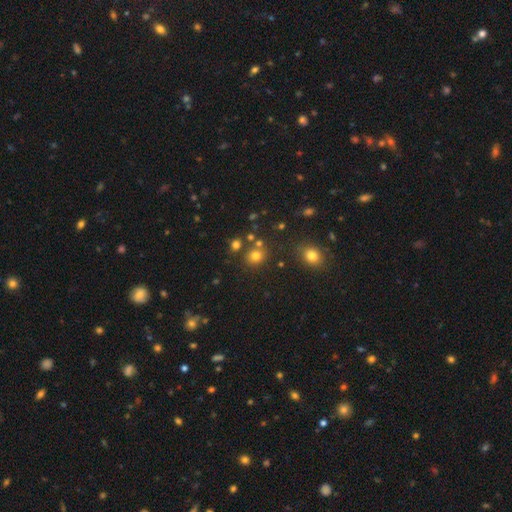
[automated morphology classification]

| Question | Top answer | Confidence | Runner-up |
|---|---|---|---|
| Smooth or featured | smooth | 75% | star or artifact (17%) |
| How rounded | round | 78% | in between (21%) |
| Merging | none | 76% | merger (11%) |